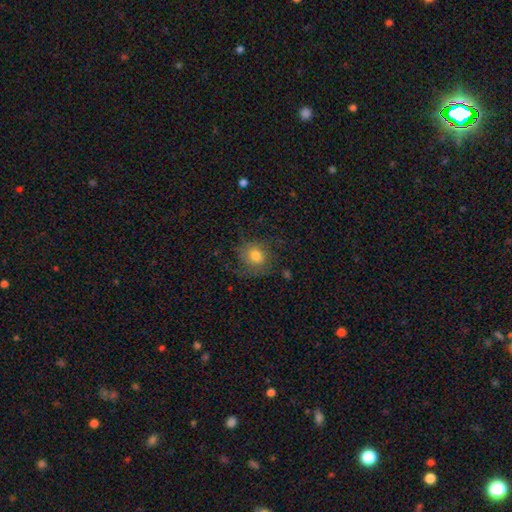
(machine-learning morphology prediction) Smooth or featured: smooth — 67% (featured or disk — 22%)
How rounded: round — 80% (in between — 19%)
Merging: none — 65% (minor disturbance — 20%)